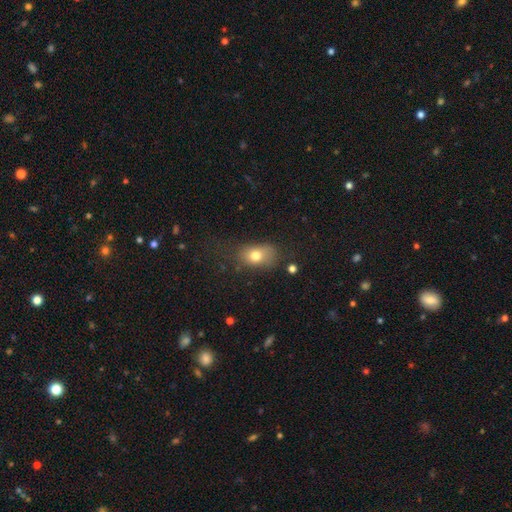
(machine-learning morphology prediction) Q: Smooth or featured?
A: smooth (75%); runner-up: featured or disk (14%)
Q: How rounded?
A: in between (74%); runner-up: round (24%)
Q: Merging?
A: none (55%); runner-up: minor disturbance (26%)